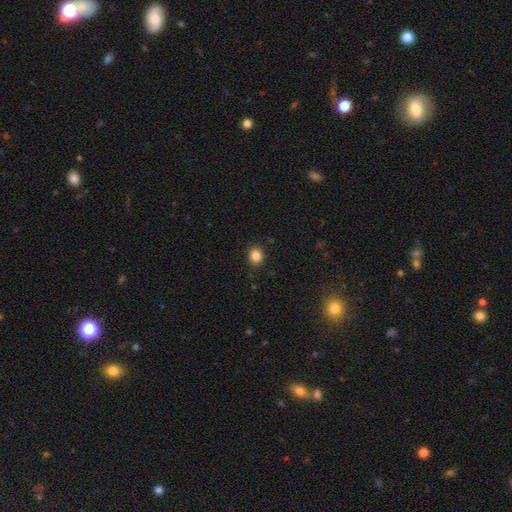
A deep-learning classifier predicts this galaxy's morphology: type=smooth (85%); roundness=round (69%); merging=none (88%).